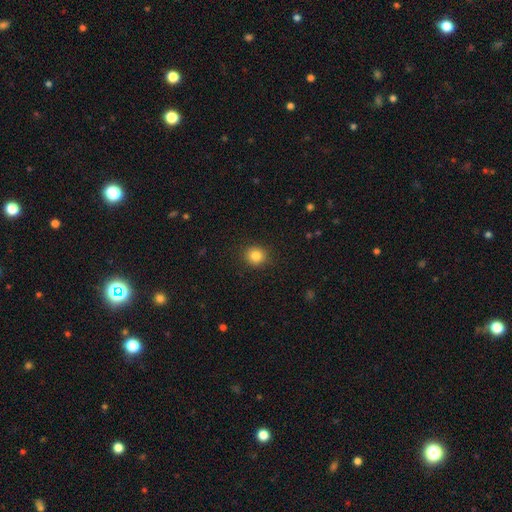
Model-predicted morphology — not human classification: Smooth or featured: smooth — 83% (star or artifact — 11%)
How rounded: round — 86% (in between — 13%)
Merging: none — 90% (minor disturbance — 7%)